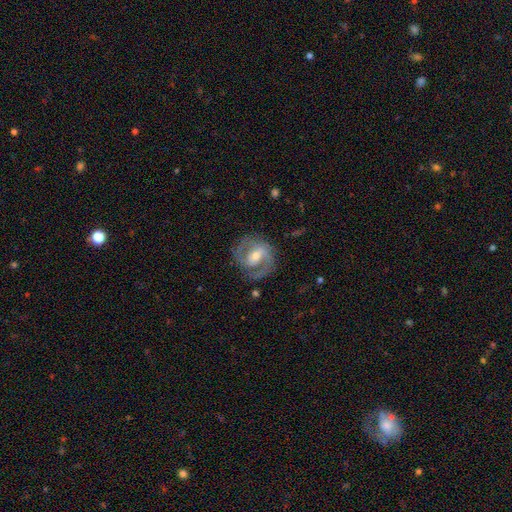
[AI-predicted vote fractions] smooth-or-featured: featured or disk: 86% | smooth: 9% | star or artifact: 5%
  disk-edge-on: no: 97% | yes: 3%
    bar: weak: 49% | strong: 30% | no: 21%
    has-spiral-arms: yes: 95% | no: 5%
      spiral-winding: medium: 52% | tight: 34% | loose: 14%
      spiral-arm-count: 2: 84% | can't tell: 5% | 1: 5% | 3: 3% | 4: 1% | more than 4: 1%
    bulge-size: moderate: 55% | small: 39% | large: 4% | none: 2% | dominant: 1%
  merging: none: 76% | minor disturbance: 15% | major disturbance: 8% | merger: 1%